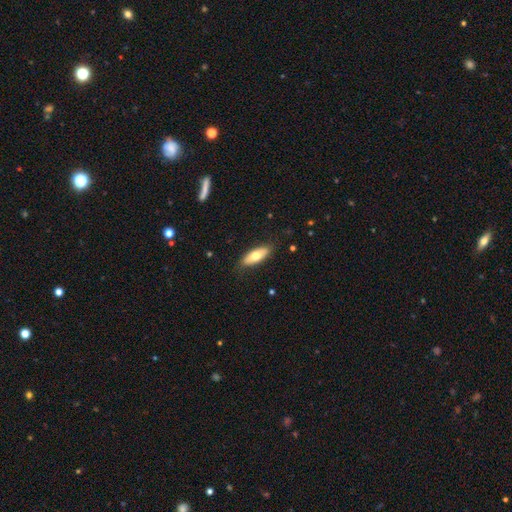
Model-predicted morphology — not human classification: Overall: smooth (68%). How rounded: in between (72%). Merging: none (85%).